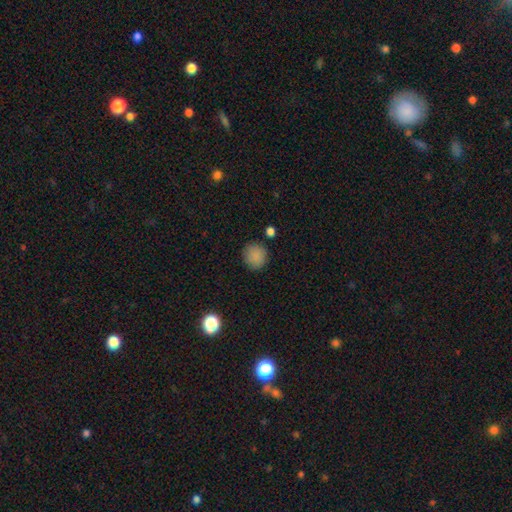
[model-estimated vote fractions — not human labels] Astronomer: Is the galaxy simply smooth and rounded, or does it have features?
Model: smooth — 86%.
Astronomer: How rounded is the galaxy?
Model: round — 89%.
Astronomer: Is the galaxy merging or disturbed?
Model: none — 86%.